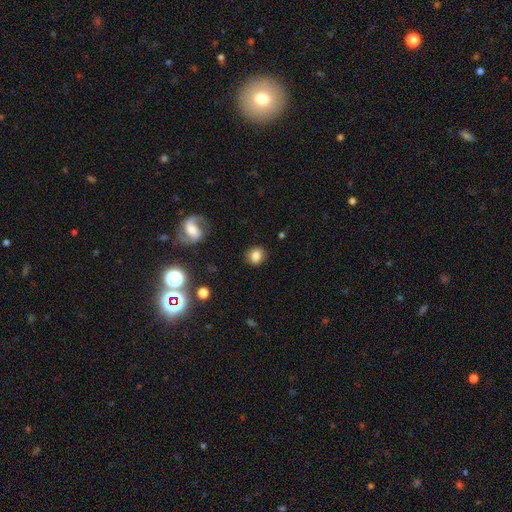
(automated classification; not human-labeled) This appears to be a smooth galaxy with no disk features (79%) that is round (75%). Merging: none (85%).